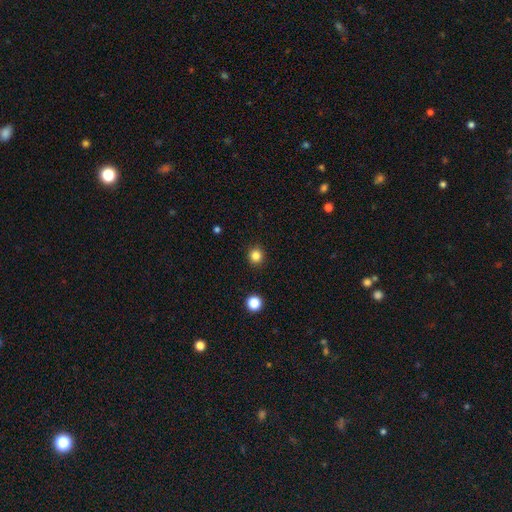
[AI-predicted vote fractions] Smooth or featured? Predicted: smooth (p=0.83). How rounded? Predicted: round (p=0.92). Merging? Predicted: none (p=0.92).